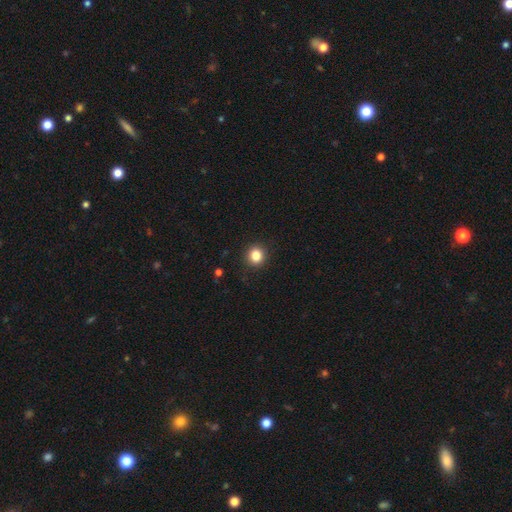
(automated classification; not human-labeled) Morphology: type=smooth (85%); roundness=round (87%); merging=none (91%).